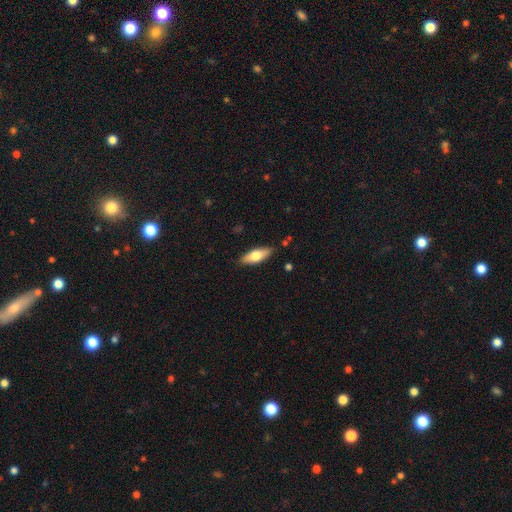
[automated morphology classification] smooth 66%, featured or disk 29%, star or artifact 6%. Down the decision tree: how rounded — in between (67%); merging — none (86%).